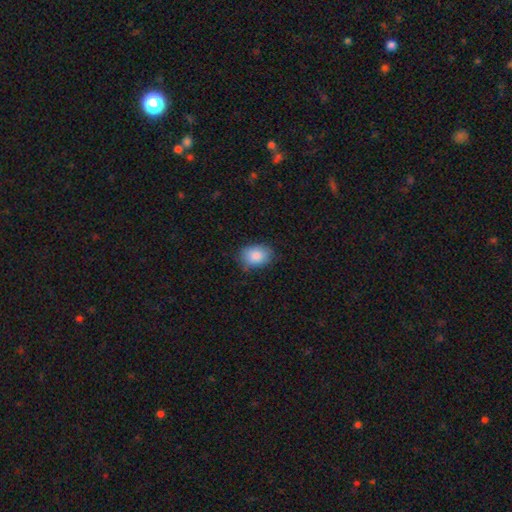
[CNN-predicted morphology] smooth 87%, star or artifact 7%, featured or disk 6%. Down the decision tree: how rounded — in between (74%); merging — none (78%).